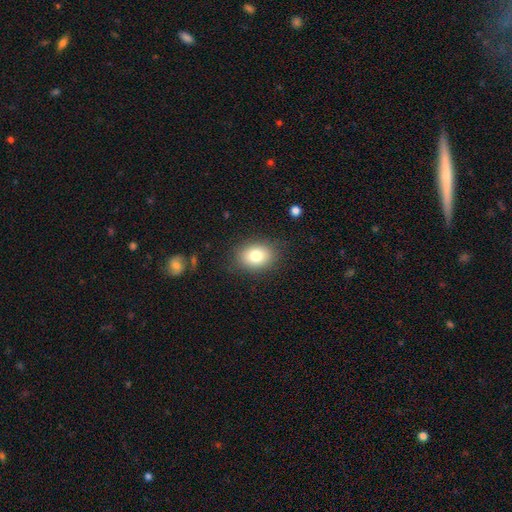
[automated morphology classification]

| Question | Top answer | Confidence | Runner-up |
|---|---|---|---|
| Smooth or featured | smooth | 80% | featured or disk (11%) |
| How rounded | in between | 64% | round (35%) |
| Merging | none | 84% | minor disturbance (11%) |